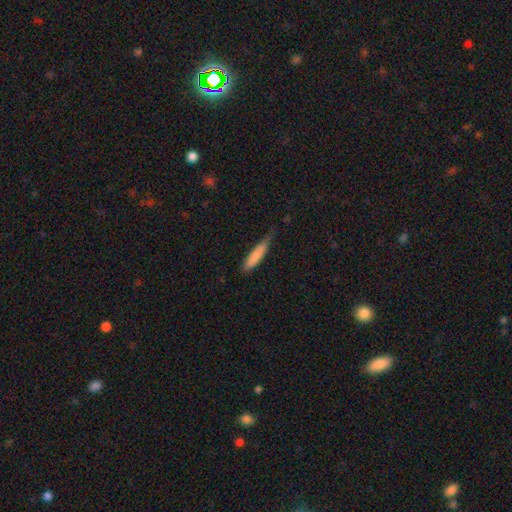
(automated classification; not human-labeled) A smooth galaxy with no disk features (82%) that is cigar-shaped (82%).

Vote fractions:
- Smooth or featured? smooth: 82% / featured or disk: 12% / star or artifact: 6%
- How rounded? cigar-shaped: 82% / in between: 17% / round: 1%
- Merging? none: 52% / minor disturbance: 38% / major disturbance: 7% / merger: 2%